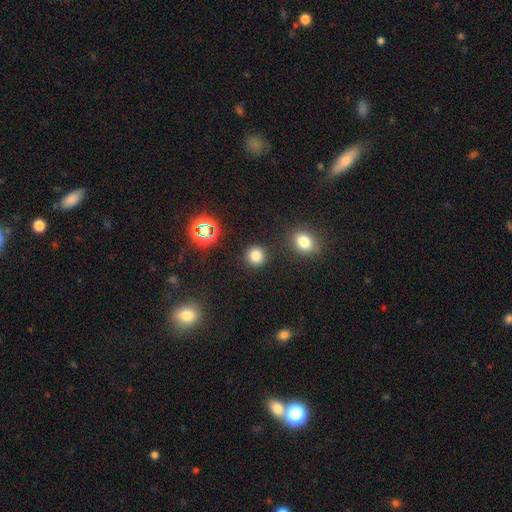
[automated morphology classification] This appears to be a smooth galaxy with no disk features (78%) that is round (90%). Merging: none (87%).